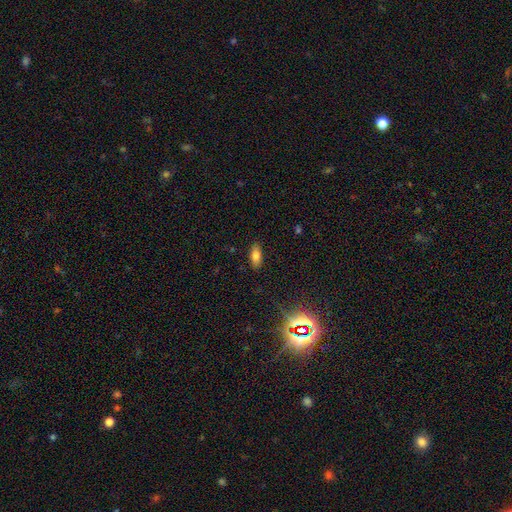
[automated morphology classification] smooth-or-featured: smooth: 77% | star or artifact: 12% | featured or disk: 11%
  how-rounded: in between: 86% | cigar-shaped: 11% | round: 3%
  merging: none: 87% | minor disturbance: 10% | major disturbance: 2% | merger: 1%